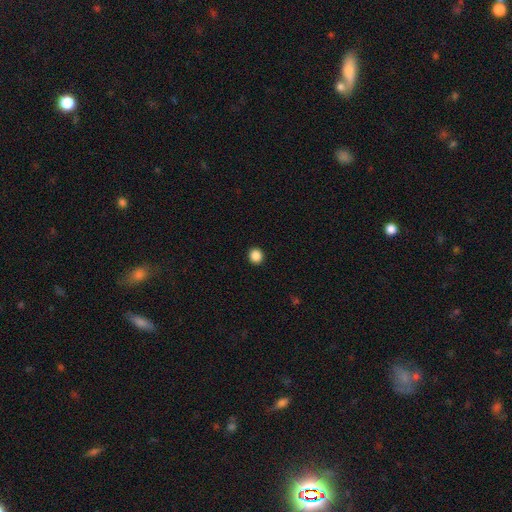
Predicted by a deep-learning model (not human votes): Smooth or featured? Predicted: smooth (p=0.87). How rounded? Predicted: round (p=0.91). Merging? Predicted: none (p=0.93).